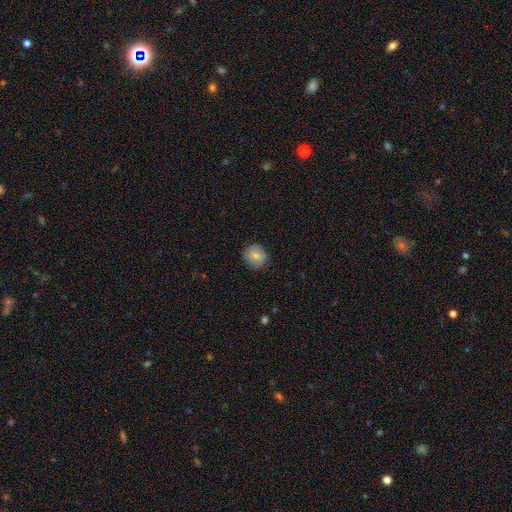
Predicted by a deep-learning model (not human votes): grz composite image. It shows a smooth galaxy with no disk features (82%) that is round (81%). Merging: none (86%).